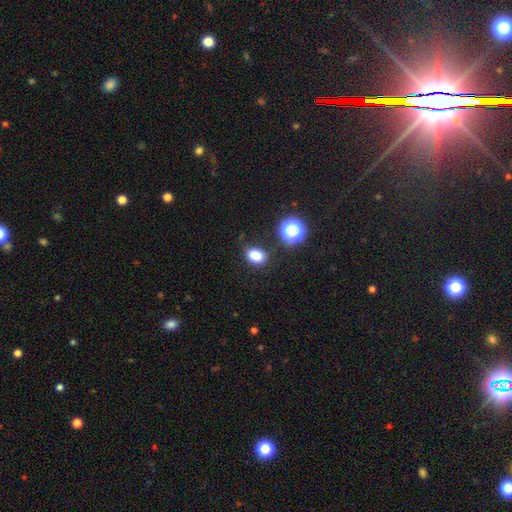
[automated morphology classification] smooth_or_featured: smooth (p=0.83) [alt: star or artifact p=0.13]
how_rounded: in between (p=0.76) [alt: round p=0.22]
merging: none (p=0.79) [alt: minor disturbance p=0.13]